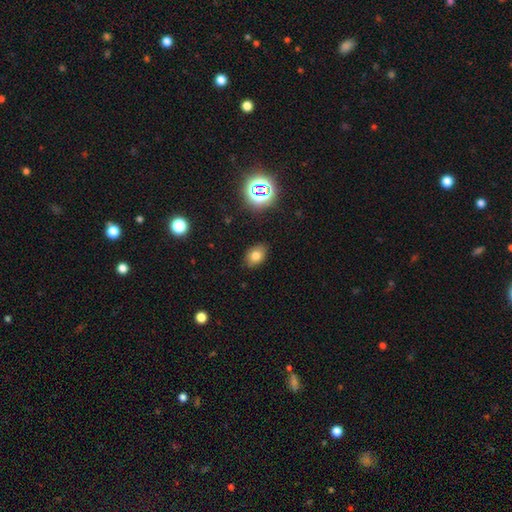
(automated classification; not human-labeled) This appears to be a smooth galaxy with no disk features (74%) that is in between round and cigar-shaped (77%). Merging: none (85%).